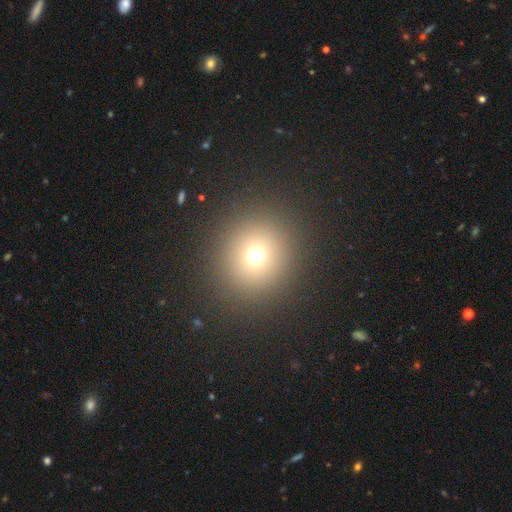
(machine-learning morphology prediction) A smooth galaxy with no disk features (70%) that is round (92%). Merging: none (91%).